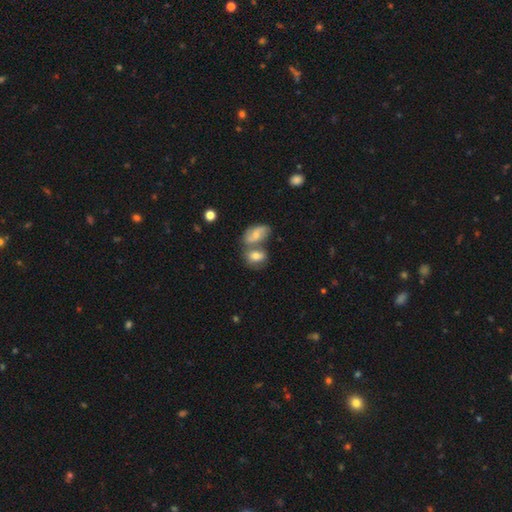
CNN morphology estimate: Overall: smooth (68%). How rounded: in between (74%). Merging: merger (47%; none 37%).